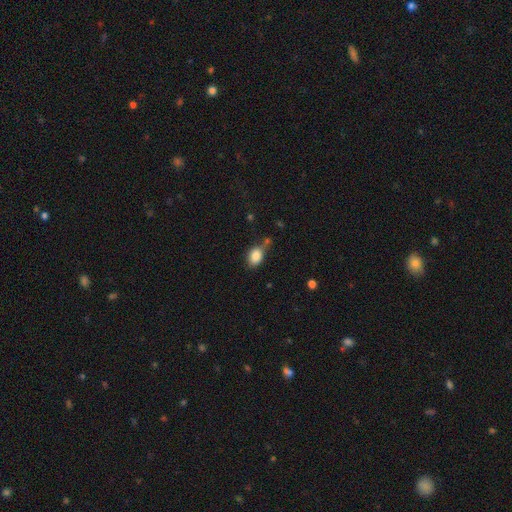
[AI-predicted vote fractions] smooth 85%, star or artifact 9%, featured or disk 6%. Down the decision tree: how rounded — in between (73%); merging — none (54%).